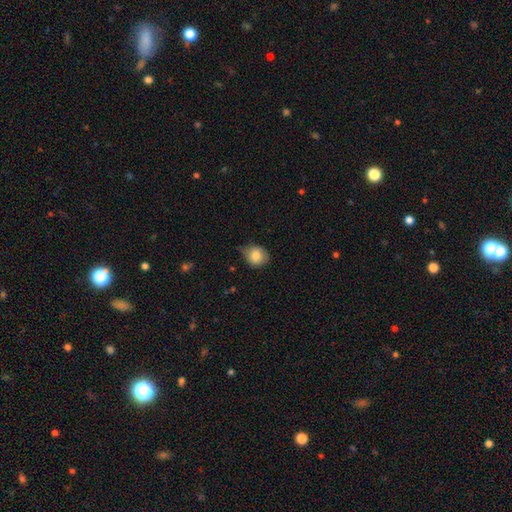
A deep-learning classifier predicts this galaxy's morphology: Q: Smooth or featured?
A: smooth (82%); runner-up: featured or disk (10%)
Q: How rounded?
A: round (71%); runner-up: in between (28%)
Q: Merging?
A: none (58%); runner-up: minor disturbance (34%)